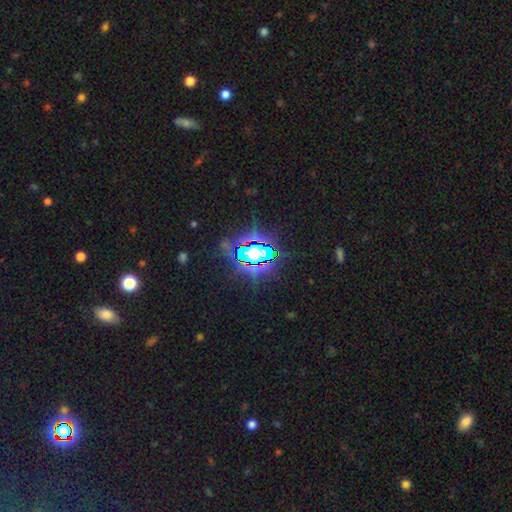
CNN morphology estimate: A star or artifact, not a galaxy (71%).

Vote fractions:
- Smooth or featured? star or artifact: 71% / smooth: 17% / featured or disk: 12%